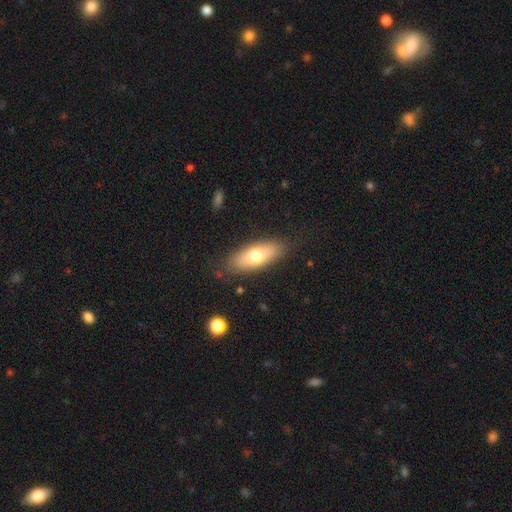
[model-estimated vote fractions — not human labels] smooth 68%, featured or disk 26%, star or artifact 7%. Down the decision tree: how rounded — in between (75%); merging — none (83%).